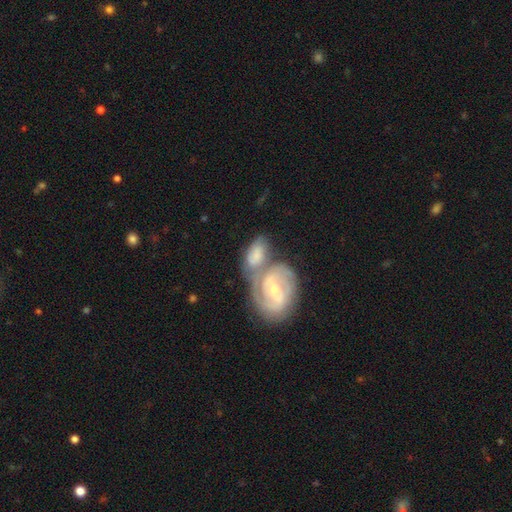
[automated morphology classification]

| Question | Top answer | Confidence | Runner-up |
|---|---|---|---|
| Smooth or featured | featured or disk | 56% | smooth (38%) |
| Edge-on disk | no | 96% | yes (4%) |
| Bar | no | 41% | weak (40%) |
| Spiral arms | yes | 80% | no (20%) |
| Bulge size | small | 53% | moderate (35%) |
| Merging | merger | 59% | none (23%) |